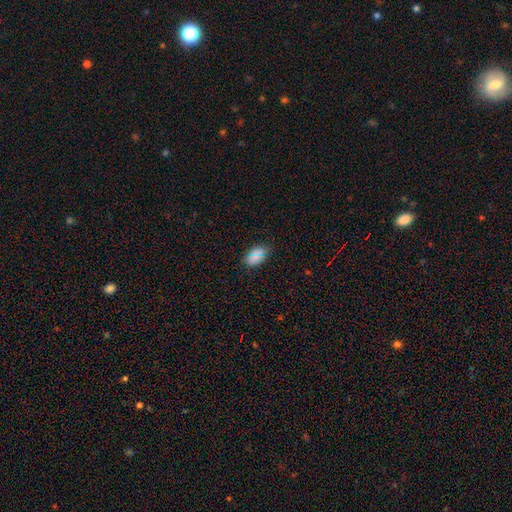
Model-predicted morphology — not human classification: Smooth or featured: smooth — 77% (featured or disk — 12%)
How rounded: in between — 91% (round — 7%)
Merging: none — 69% (minor disturbance — 24%)